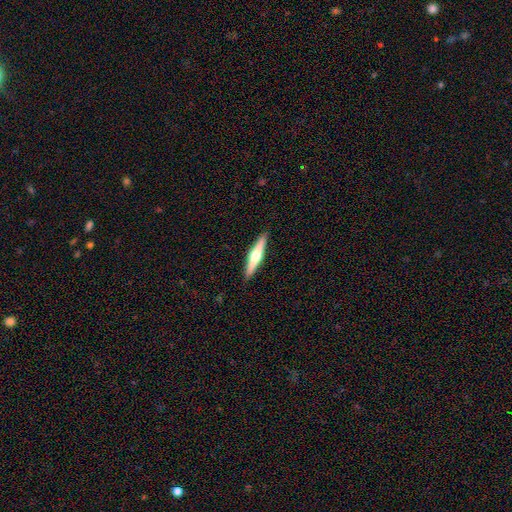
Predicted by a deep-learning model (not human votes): Q: Smooth or featured?
A: featured or disk (63%); runner-up: smooth (32%)
Q: Edge-on disk?
A: yes (97%); runner-up: no (3%)
Q: Edge-on bulge?
A: rounded (94%); runner-up: boxy (3%)
Q: Merging?
A: none (91%); runner-up: minor disturbance (6%)